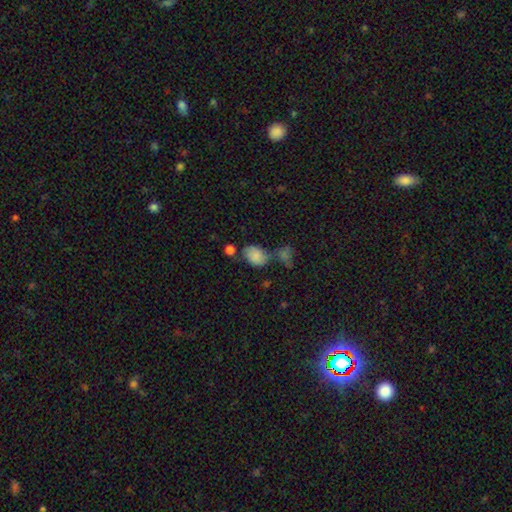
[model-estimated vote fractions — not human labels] smooth 81%, featured or disk 10%, star or artifact 9%. Down the decision tree: how rounded — in between (77%); merging — none (43%).